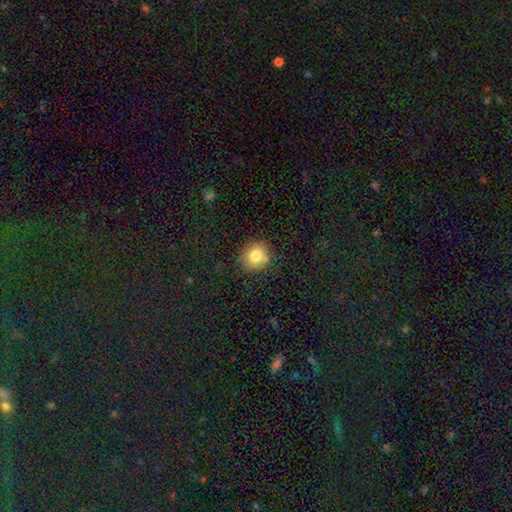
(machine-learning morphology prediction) smooth_or_featured: smooth (p=0.79) [alt: star or artifact p=0.11]
how_rounded: round (p=0.77) [alt: in between p=0.22]
merging: none (p=0.77) [alt: minor disturbance p=0.12]